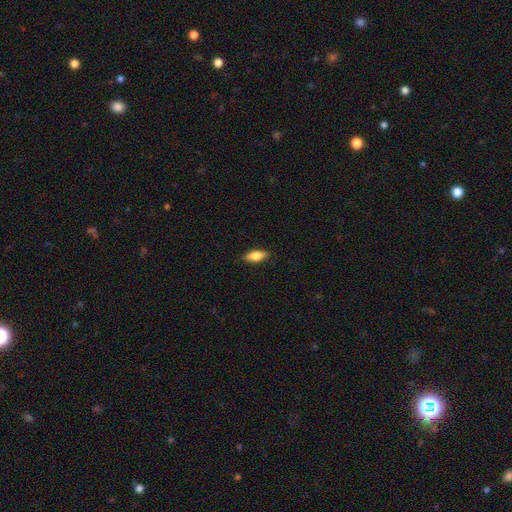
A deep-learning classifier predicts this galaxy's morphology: Q: Smooth or featured?
A: smooth (80%); runner-up: featured or disk (13%)
Q: How rounded?
A: in between (80%); runner-up: cigar-shaped (18%)
Q: Merging?
A: none (88%); runner-up: minor disturbance (9%)